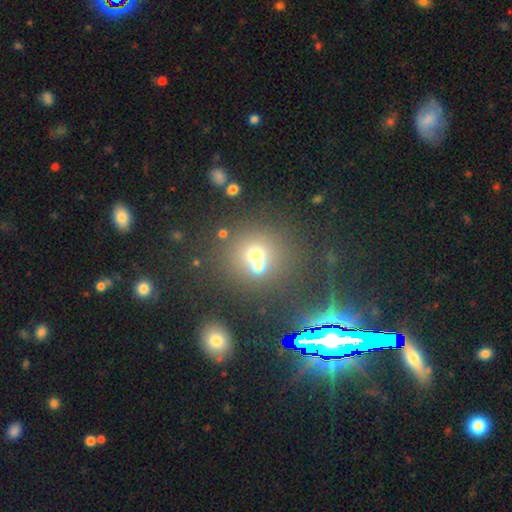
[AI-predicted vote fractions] A smooth galaxy with no disk features (59%) that is round (82%).

Vote fractions:
- Smooth or featured? smooth: 59% / star or artifact: 22% / featured or disk: 18%
- How rounded? round: 82% / in between: 17% / cigar-shaped: 1%
- Merging? merger: 45% / none: 42% / minor disturbance: 8% / major disturbance: 5%